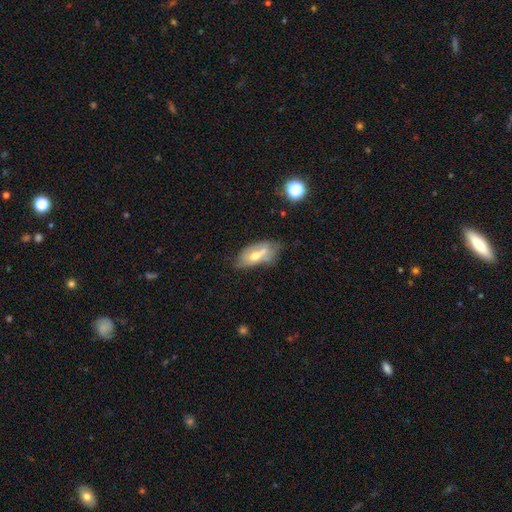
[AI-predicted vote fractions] featured or disk 45% (tied), smooth 45% (tied), star or artifact 9%. Down the decision tree: merging — none (38%).